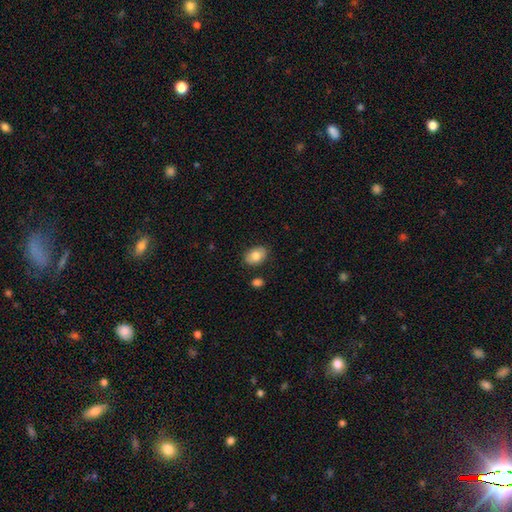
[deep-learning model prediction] Q: Smooth or featured?
A: smooth (81%); runner-up: featured or disk (11%)
Q: How rounded?
A: in between (78%); runner-up: round (21%)
Q: Merging?
A: none (85%); runner-up: minor disturbance (11%)